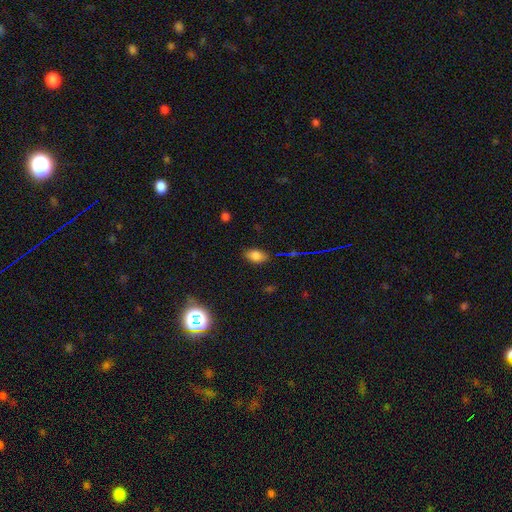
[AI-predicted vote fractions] The model was most divided on "smooth or featured": smooth: 80%, star or artifact: 13%, featured or disk: 8%. More confident: how rounded — in between (89%); merging — none (83%).